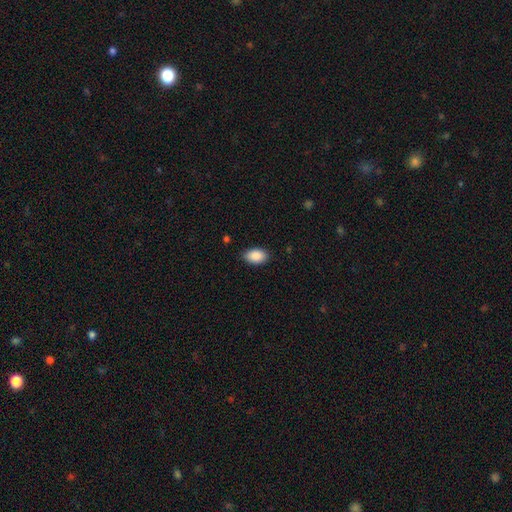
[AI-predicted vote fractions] smooth 90%, star or artifact 7%, featured or disk 3%. Down the decision tree: how rounded — in between (92%); merging — none (86%).